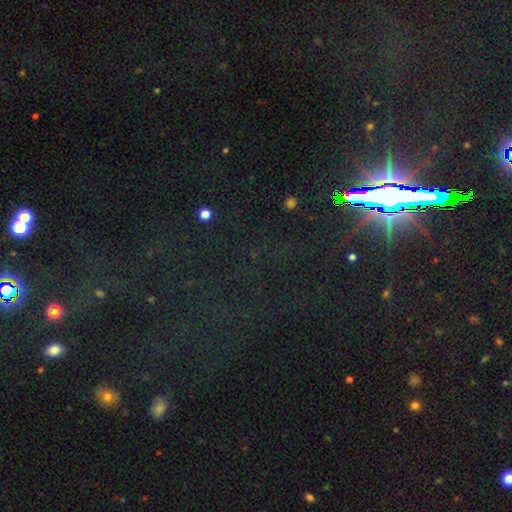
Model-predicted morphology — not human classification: A star or artifact, not a galaxy (80%).

Vote fractions:
- Smooth or featured? star or artifact: 80% / smooth: 11% / featured or disk: 10%